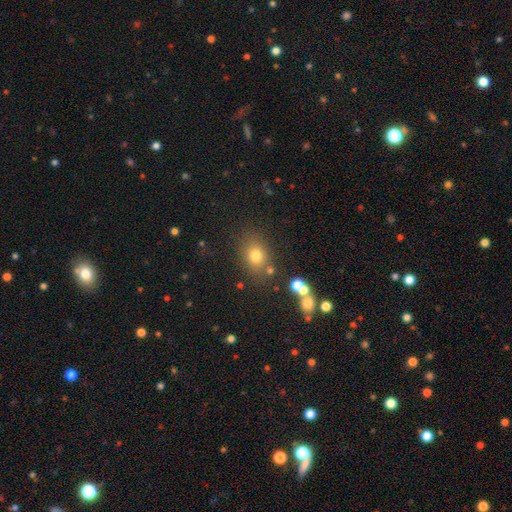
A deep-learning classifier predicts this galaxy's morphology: Smooth or featured? Predicted: smooth (p=0.73). How rounded? Predicted: in between (p=0.51). Merging? Predicted: none (p=0.76).